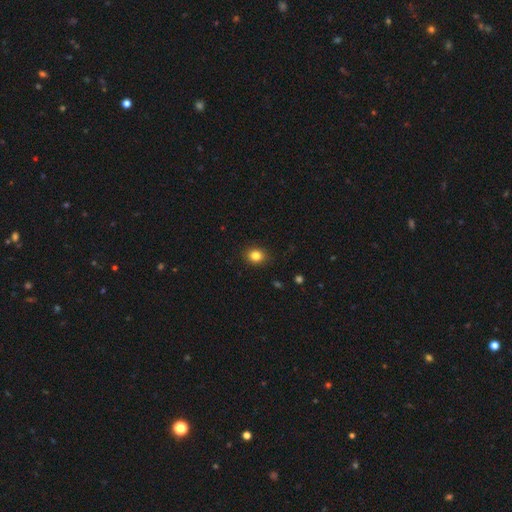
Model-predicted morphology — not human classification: Smooth or featured? Predicted: smooth (p=0.83). How rounded? Predicted: round (p=0.59). Merging? Predicted: none (p=0.88).